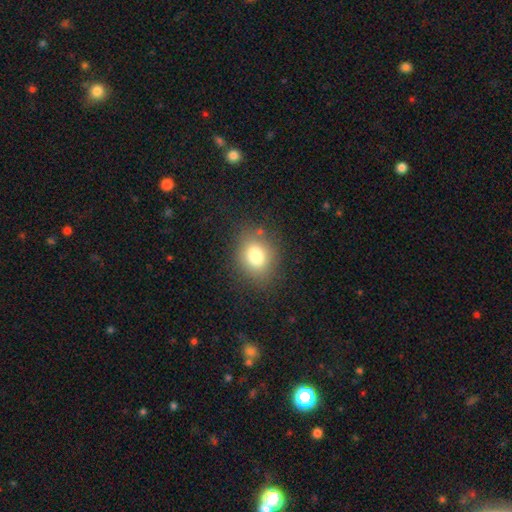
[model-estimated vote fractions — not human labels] The model was most divided on "how rounded": round: 54%, in between: 45%, cigar-shaped: 1%. More confident: merging — none (81%); smooth or featured — smooth (78%).